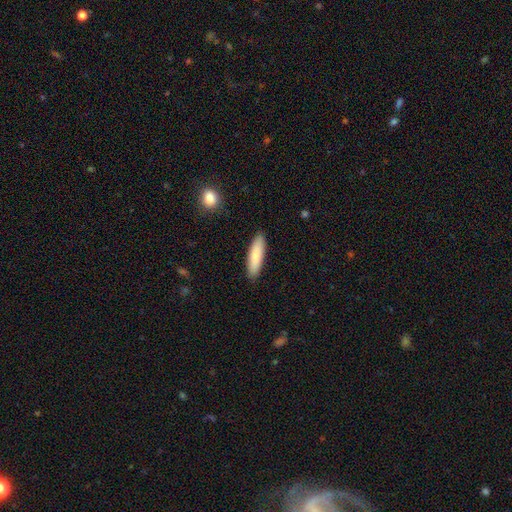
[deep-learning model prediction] Q: Smooth or featured?
A: smooth (83%); runner-up: featured or disk (11%)
Q: How rounded?
A: cigar-shaped (68%); runner-up: in between (30%)
Q: Merging?
A: none (90%); runner-up: minor disturbance (8%)